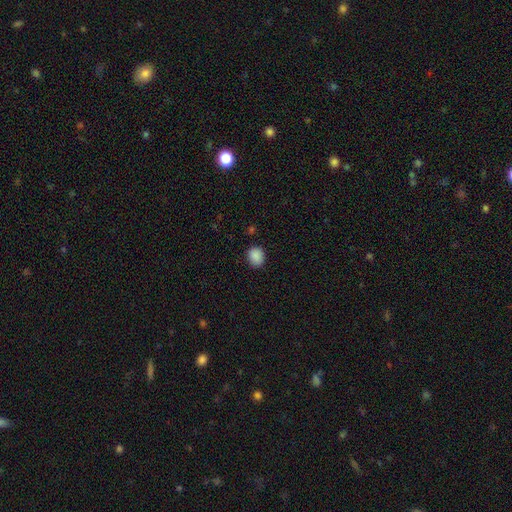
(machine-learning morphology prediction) Q: Smooth or featured?
A: smooth (88%); runner-up: star or artifact (9%)
Q: How rounded?
A: round (63%); runner-up: in between (36%)
Q: Merging?
A: none (84%); runner-up: minor disturbance (12%)